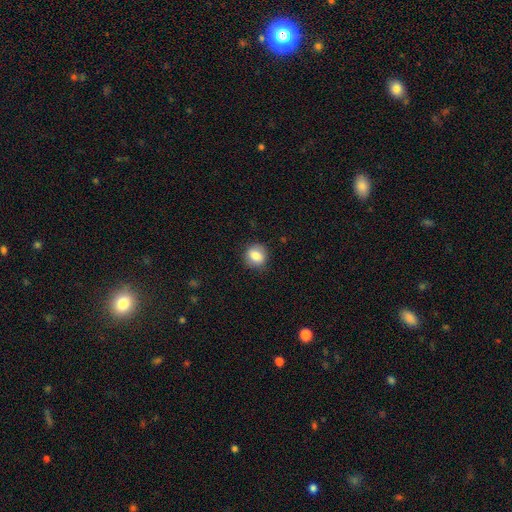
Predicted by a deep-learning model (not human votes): Morphology: type=smooth (83%); roundness=round (72%); merging=none (84%).